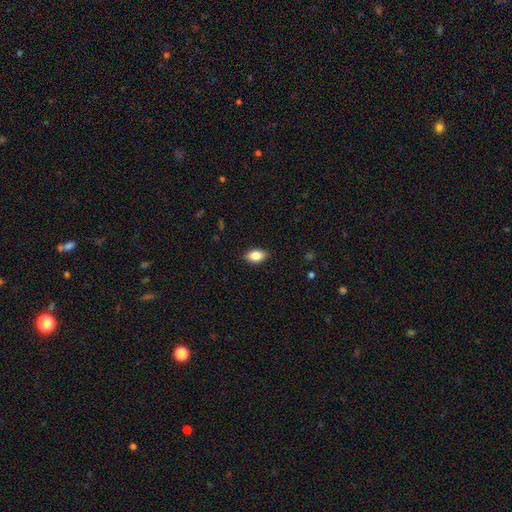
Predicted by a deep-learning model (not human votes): smooth-or-featured: smooth: 84% | featured or disk: 8% | star or artifact: 8%
  how-rounded: in between: 88% | round: 9% | cigar-shaped: 3%
  merging: none: 87% | minor disturbance: 10% | major disturbance: 2% | merger: 1%